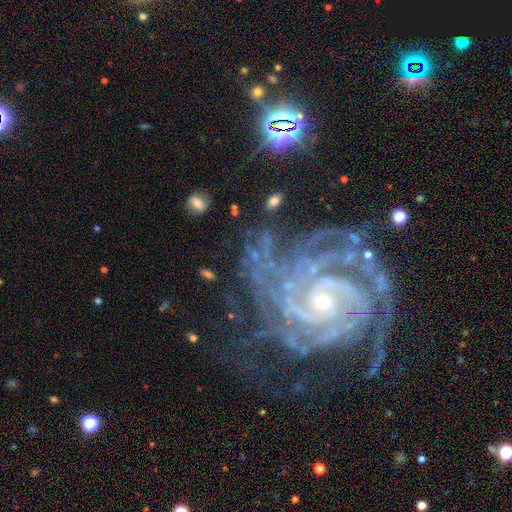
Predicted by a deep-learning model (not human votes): A featured or disk galaxy (90%) with no bar (66%), more than 4 (21%) tight (74%) spiral arms (98%) and a small central bulge (64%).

Vote fractions:
- Smooth or featured? featured or disk: 90% / star or artifact: 7% / smooth: 3%
- Edge-on disk? no: 98% / yes: 2%
- Bar? no: 66% / weak: 22% / strong: 11%
- Spiral arms? yes: 98% / no: 2%
- Spiral winding? tight: 74% / medium: 22% / loose: 4%
- Spiral arm count? more than 4: 21% / 4: 20% / 3: 18% / can't tell: 18% / 2: 15% / 1: 9%
- Bulge size? small: 64% / moderate: 31% / large: 2% / none: 2% / dominant: 1%
- Merging? none: 62% / minor disturbance: 20% / major disturbance: 15% / merger: 3%